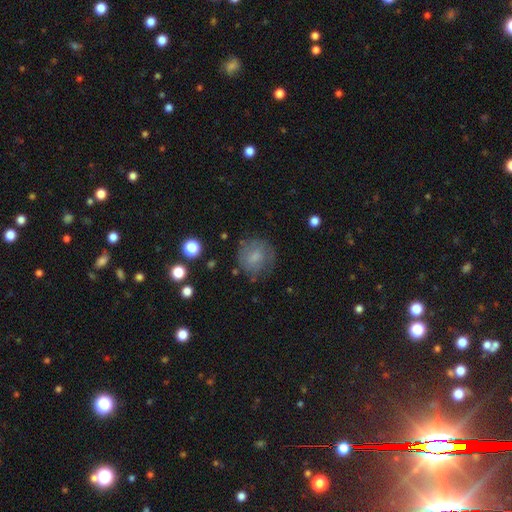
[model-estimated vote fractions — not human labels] Smooth or featured? smooth (63%)
How rounded? round (81%)
Merging? none (67%)